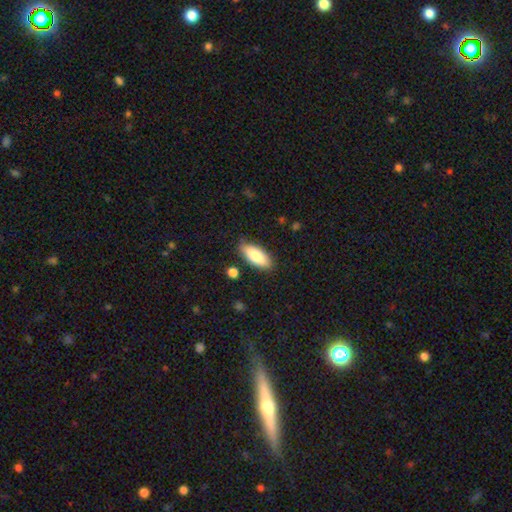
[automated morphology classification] This is likely a smooth galaxy (79%). How rounded: clearly in between (83%). Merging: clearly none (82%).